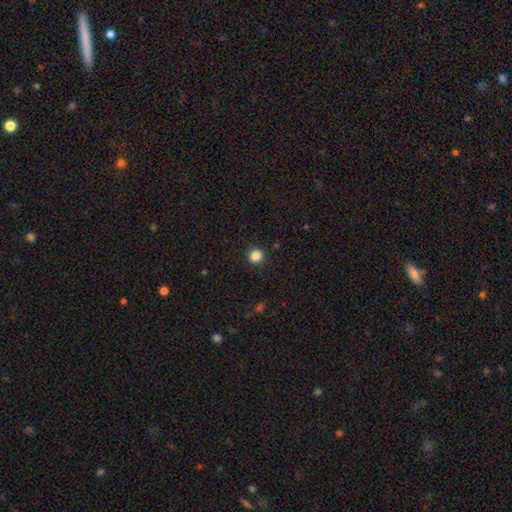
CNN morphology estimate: type=smooth (86%); roundness=round (93%); merging=none (92%).